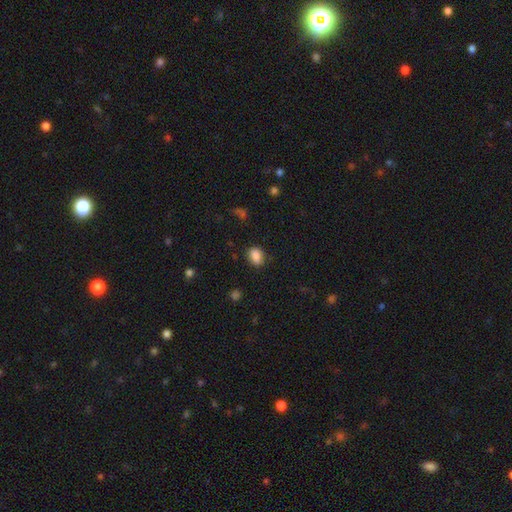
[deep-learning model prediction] Smooth or featured?
  - smooth: 86% *
  - star or artifact: 9%
  - featured or disk: 5%
How rounded?
  - in between: 65% *
  - round: 34%
  - cigar-shaped: 1%
Merging?
  - none: 78% *
  - minor disturbance: 16%
  - major disturbance: 4%
  - merger: 2%